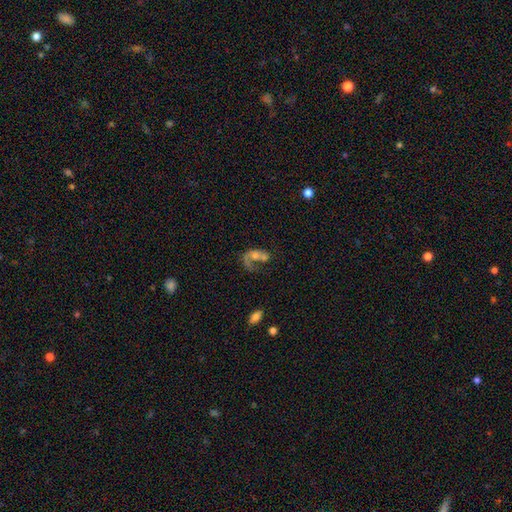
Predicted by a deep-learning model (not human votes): This is possibly a featured or disk galaxy (59%). It is clearly not viewed edge-on (95%). Bar: likely no (76%). Spiral arm pattern: likely yes (62%). Central bulge: marginally moderate (40%). Merging: marginally major disturbance (33%).